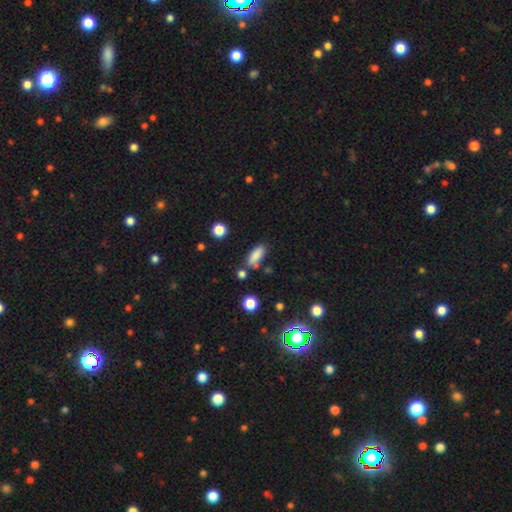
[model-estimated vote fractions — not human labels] The model was most divided on "how rounded": in between: 66%, cigar-shaped: 31%, round: 3%. More confident: smooth or featured — smooth (83%); merging — none (70%).